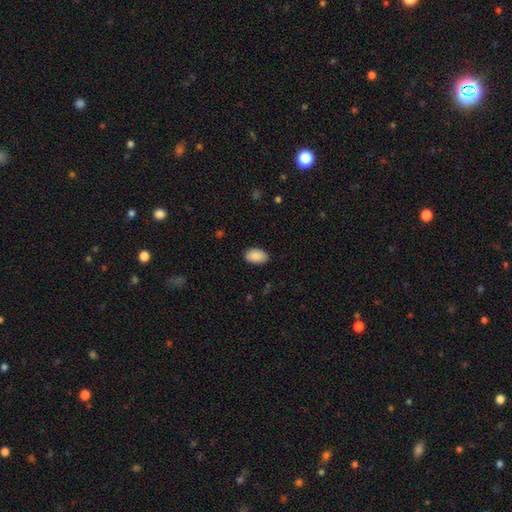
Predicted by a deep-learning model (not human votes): Overall: smooth (90%). How rounded: in between (92%). Merging: none (84%).